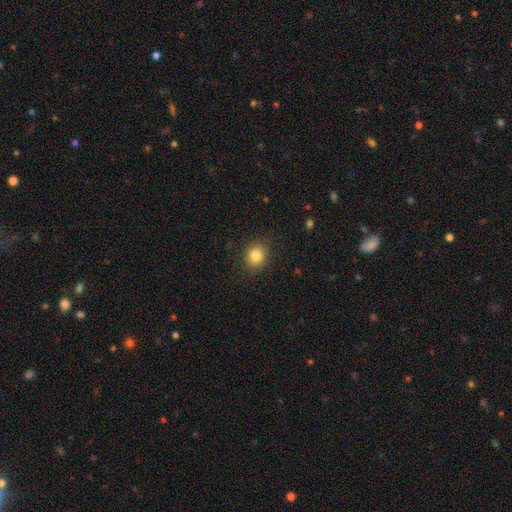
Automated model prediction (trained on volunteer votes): This is clearly a smooth galaxy (84%). How rounded: likely round (74%). Merging: clearly none (87%).